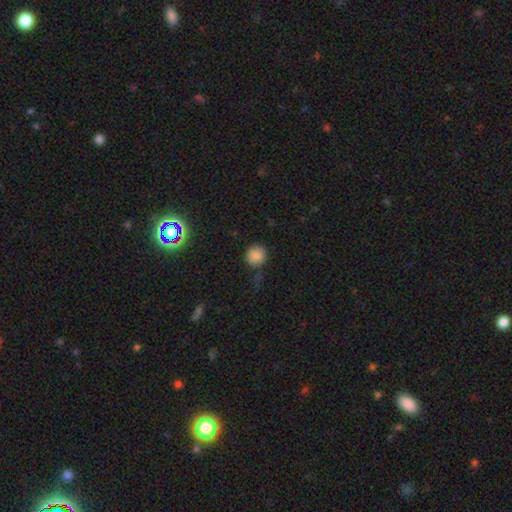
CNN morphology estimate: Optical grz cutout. It shows a smooth galaxy with no disk features (83%) that is round (90%). Merging: none (77%).